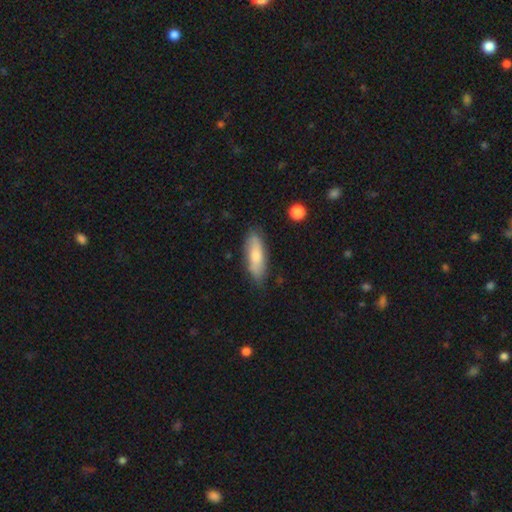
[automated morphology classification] A smooth galaxy with no disk features (72%) that is in between round and cigar-shaped (52%).

Vote fractions:
- Smooth or featured? smooth: 72% / featured or disk: 22% / star or artifact: 6%
- How rounded? in between: 52% / cigar-shaped: 46% / round: 2%
- Merging? none: 81% / minor disturbance: 15% / major disturbance: 3% / merger: 2%